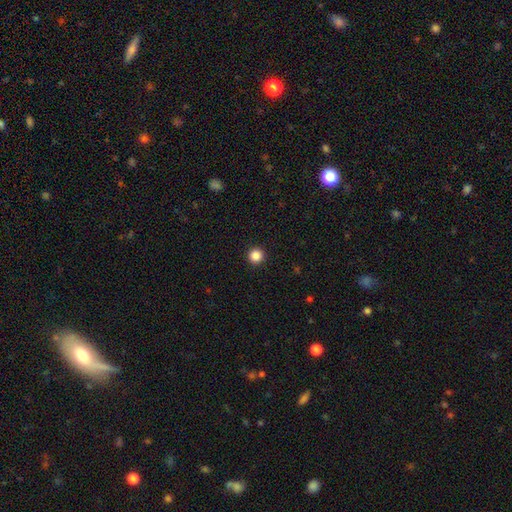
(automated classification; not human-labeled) A smooth galaxy with no disk features (86%) that is round (96%).

Vote fractions:
- Smooth or featured? smooth: 86% / star or artifact: 11% / featured or disk: 3%
- How rounded? round: 96% / in between: 3% / cigar-shaped: 1%
- Merging? none: 94% / minor disturbance: 4% / major disturbance: 2% / merger: 1%